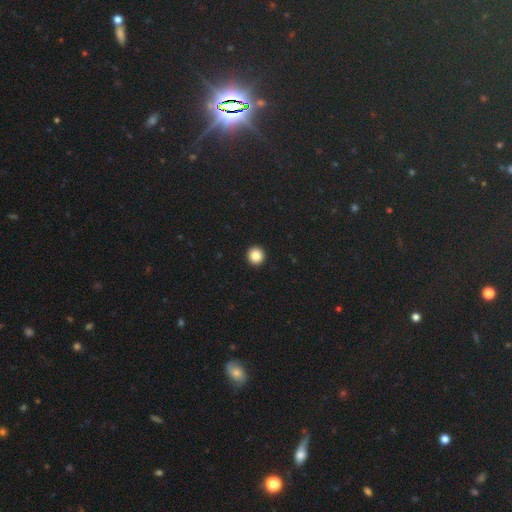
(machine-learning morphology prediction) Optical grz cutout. It shows a smooth galaxy with no disk features (86%) that is round (94%). Merging: none (94%).